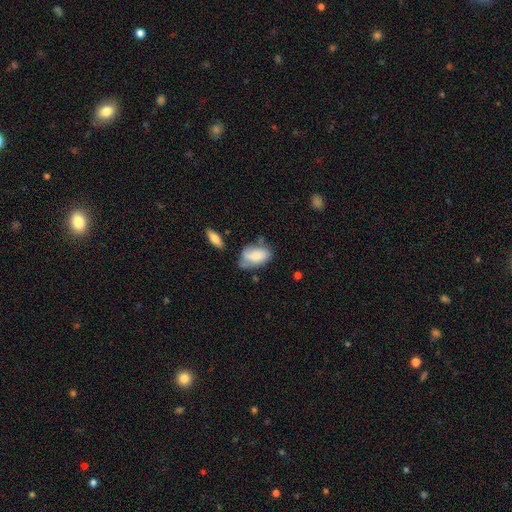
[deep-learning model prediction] smooth 71%, featured or disk 21%, star or artifact 7%. Down the decision tree: how rounded — in between (91%); merging — none (40%).